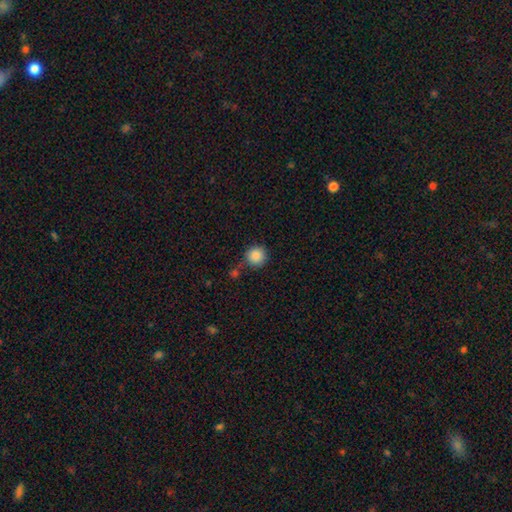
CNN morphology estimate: smooth_or_featured: smooth (p=0.87) [alt: star or artifact p=0.09]
how_rounded: round (p=0.95) [alt: in between p=0.04]
merging: none (p=0.76) [alt: minor disturbance p=0.12]